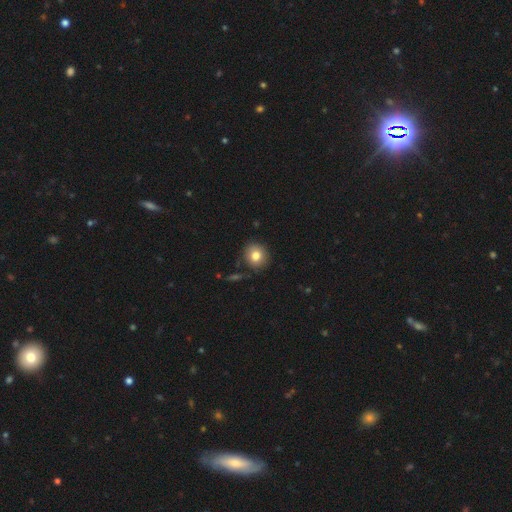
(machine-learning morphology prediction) Overall: smooth (80%). How rounded: round (85%). Merging: none (87%).